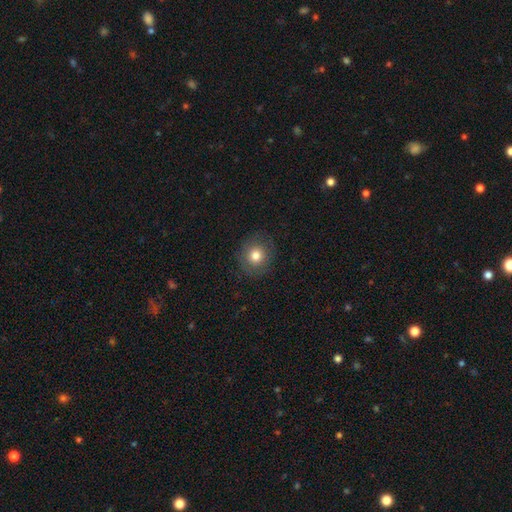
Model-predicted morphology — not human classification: This appears to be a smooth galaxy with no disk features (77%) that is round (85%). Merging: none (86%).